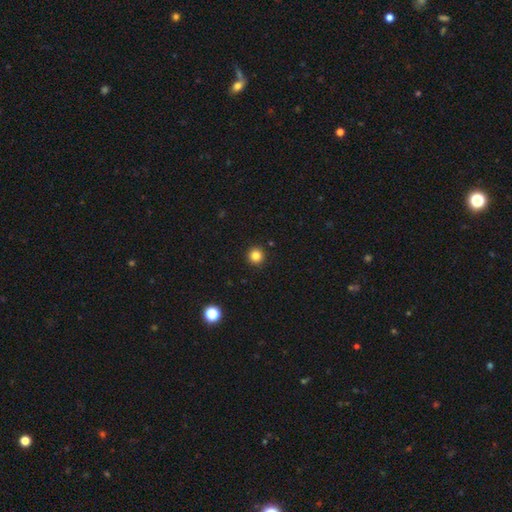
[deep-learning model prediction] smooth_or_featured: smooth (p=0.83) [alt: star or artifact p=0.13]
how_rounded: round (p=0.95) [alt: in between p=0.04]
merging: none (p=0.93) [alt: minor disturbance p=0.04]